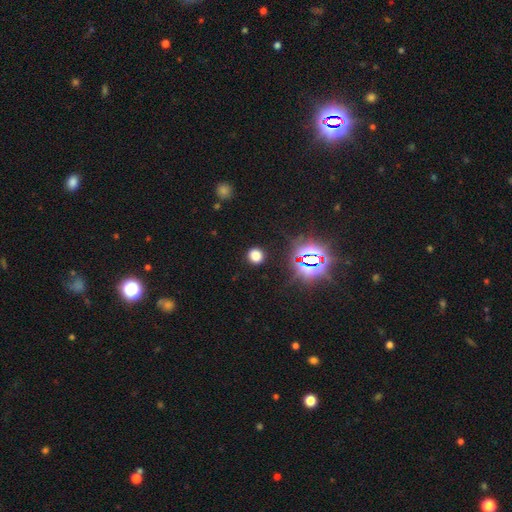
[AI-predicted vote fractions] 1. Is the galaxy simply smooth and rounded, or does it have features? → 70% smooth, 24% star or artifact, 6% featured or disk.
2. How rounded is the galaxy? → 77% round, 21% in between, 1% cigar-shaped.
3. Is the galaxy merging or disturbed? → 88% none, 7% minor disturbance, 3% major disturbance, 1% merger.